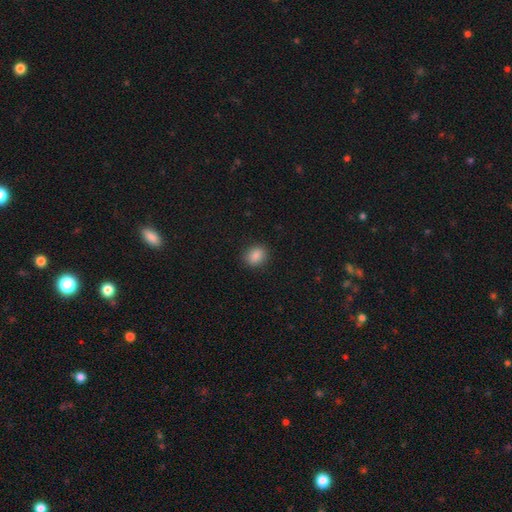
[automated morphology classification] type=smooth (87%); roundness=round (50%); merging=none (89%).